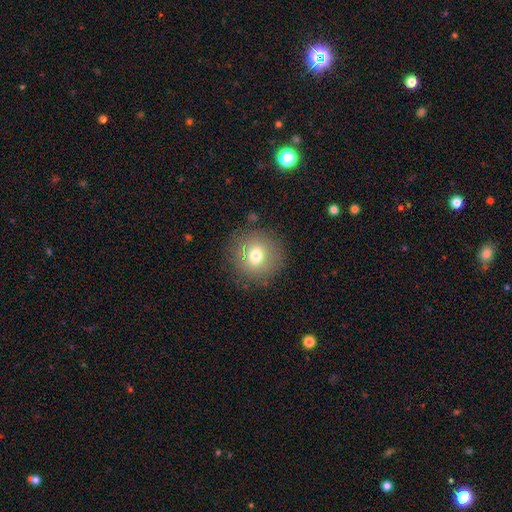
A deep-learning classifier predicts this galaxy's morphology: smooth_or_featured: smooth (p=0.73) [alt: featured or disk p=0.16]
how_rounded: round (p=0.92) [alt: in between p=0.07]
merging: none (p=0.85) [alt: minor disturbance p=0.09]